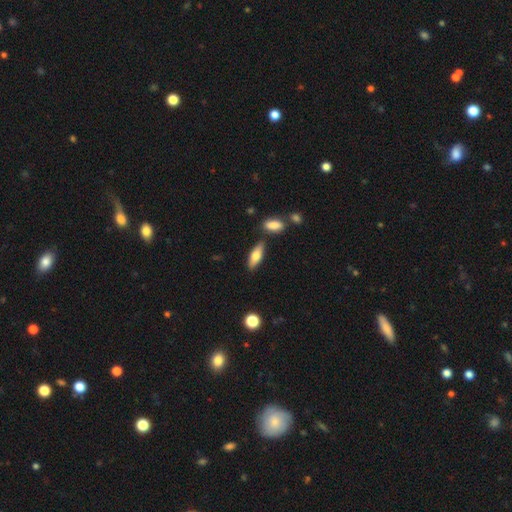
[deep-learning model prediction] The model was most divided on "how rounded": in between: 64%, cigar-shaped: 33%, round: 2%. More confident: merging — none (79%); smooth or featured — smooth (72%).